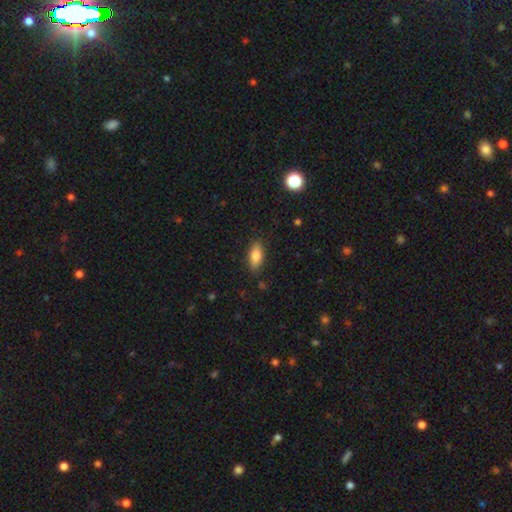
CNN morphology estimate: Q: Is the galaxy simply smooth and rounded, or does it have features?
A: smooth — 84%.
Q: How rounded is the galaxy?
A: in between — 85%.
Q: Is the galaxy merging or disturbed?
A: none — 85%.